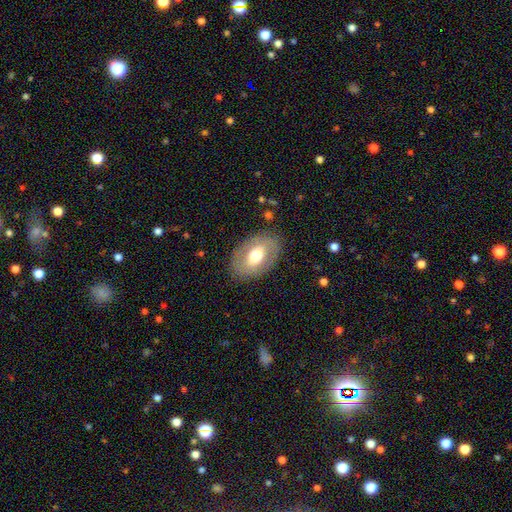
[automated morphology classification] This is possibly a smooth galaxy (52%). How rounded: clearly in between (85%). Merging: clearly none (82%).